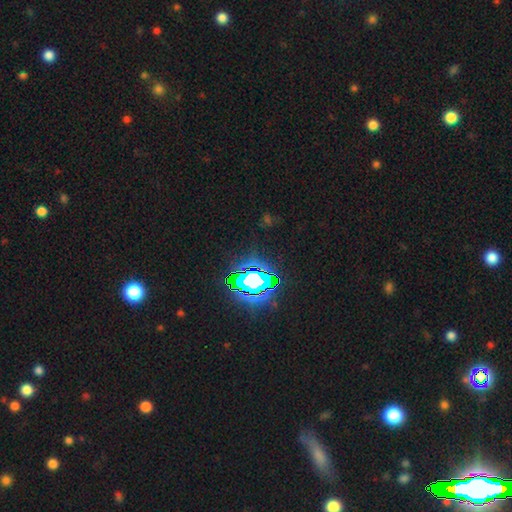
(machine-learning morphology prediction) This is likely a star or artifact rather than a galaxy (78%).